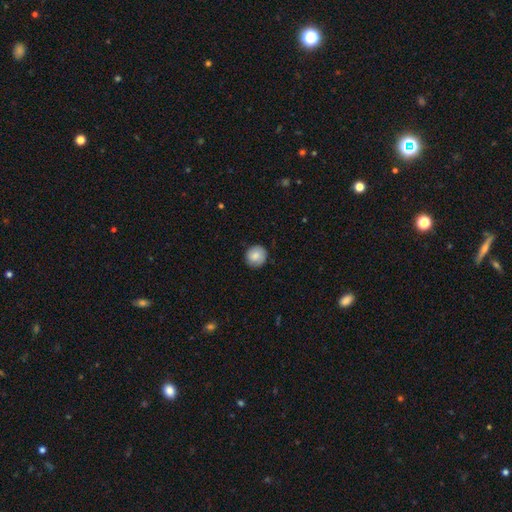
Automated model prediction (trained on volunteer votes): This is clearly a smooth galaxy (83%). How rounded: clearly round (91%). Merging: clearly none (86%).